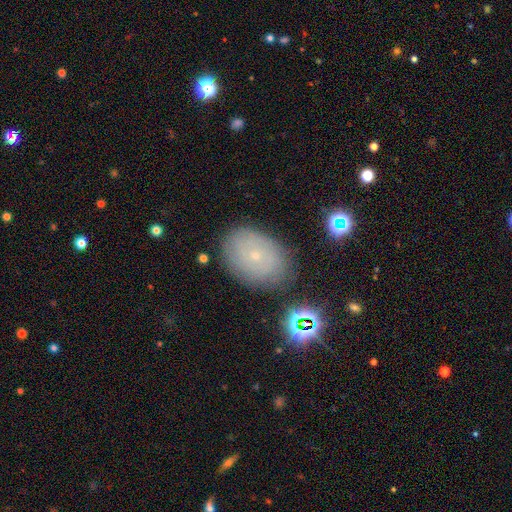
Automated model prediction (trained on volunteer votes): Smooth or featured?
  - featured or disk: 43% *
  - smooth: 42%
  - star or artifact: 15%
Merging?
  - none: 80% *
  - minor disturbance: 14%
  - major disturbance: 4%
  - merger: 2%